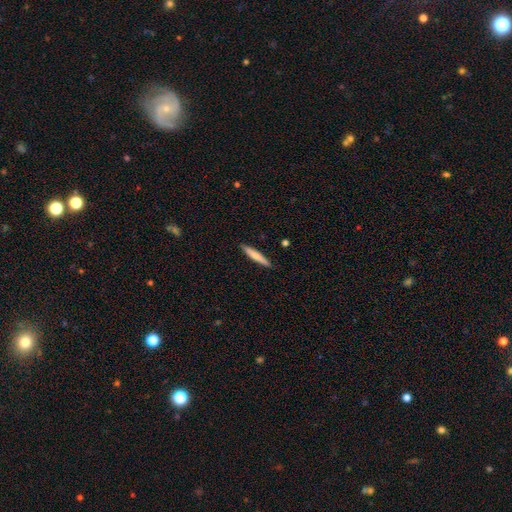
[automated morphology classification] smooth-or-featured: smooth: 71% | featured or disk: 24% | star or artifact: 5%
  how-rounded: cigar-shaped: 93% | in between: 6% | round: 1%
  merging: none: 90% | minor disturbance: 7% | major disturbance: 1% | merger: 1%